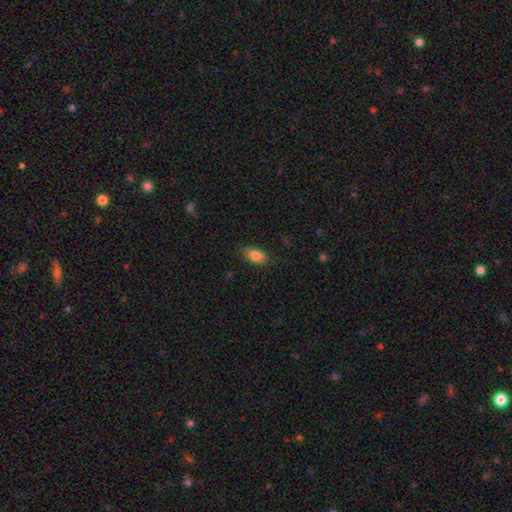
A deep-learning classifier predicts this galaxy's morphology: The model was most divided on "merging": none: 80%, minor disturbance: 15%, major disturbance: 4%, merger: 1%. More confident: how rounded — in between (90%); smooth or featured — smooth (84%).